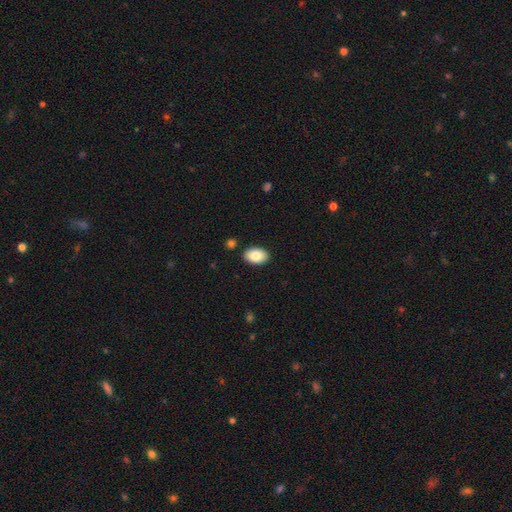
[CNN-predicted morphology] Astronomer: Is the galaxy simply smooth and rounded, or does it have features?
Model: smooth — 84%.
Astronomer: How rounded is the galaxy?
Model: in between — 92%.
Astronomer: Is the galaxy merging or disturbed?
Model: none — 88%.